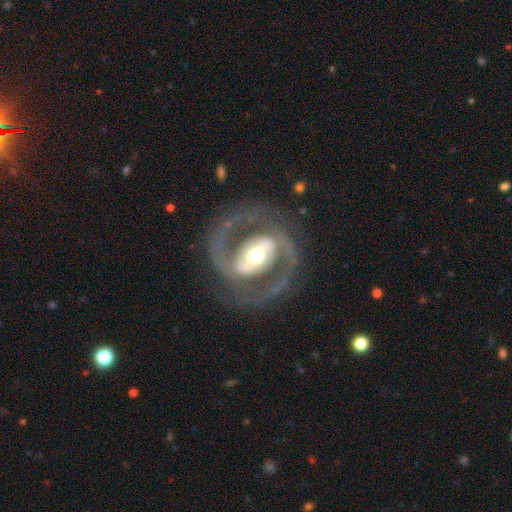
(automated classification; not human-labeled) Smooth or featured?
  - featured or disk: 89% *
  - smooth: 7%
  - star or artifact: 4%
Edge-on disk?
  - no: 97% *
  - yes: 3%
Bar?
  - strong: 60% *
  - weak: 24%
  - no: 16%
Spiral arms?
  - yes: 86% *
  - no: 14%
Spiral winding?
  - medium: 58% *
  - tight: 21%
  - loose: 21%
Spiral arm count?
  - 2: 92% *
  - can't tell: 3%
  - 1: 2%
  - 3: 1%
  - 4: 1%
  - more than 4: 1%
Bulge size?
  - moderate: 62% *
  - large: 23%
  - small: 10%
  - dominant: 3%
  - none: 1%
Merging?
  - none: 78% *
  - minor disturbance: 11%
  - major disturbance: 10%
  - merger: 1%